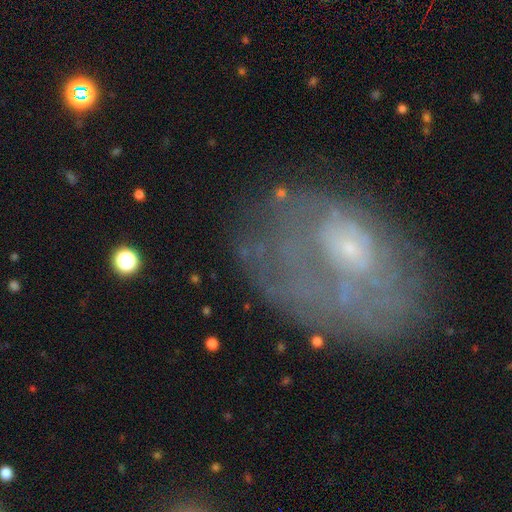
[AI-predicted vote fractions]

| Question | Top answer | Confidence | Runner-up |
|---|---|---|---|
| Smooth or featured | featured or disk | 59% | smooth (27%) |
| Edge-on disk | no | 96% | yes (4%) |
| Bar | no | 77% | weak (18%) |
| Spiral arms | no | 58% | yes (42%) |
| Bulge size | small | 62% | moderate (20%) |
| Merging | none | 45% | major disturbance (28%) |